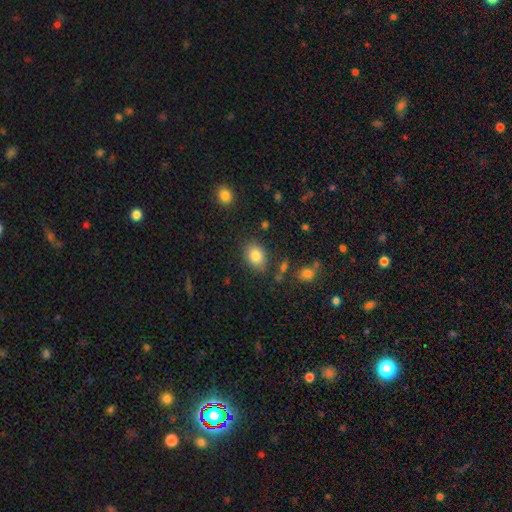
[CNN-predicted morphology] The model was most divided on "how rounded": in between: 63%, round: 36%, cigar-shaped: 1%. More confident: smooth or featured — smooth (83%); merging — none (79%).